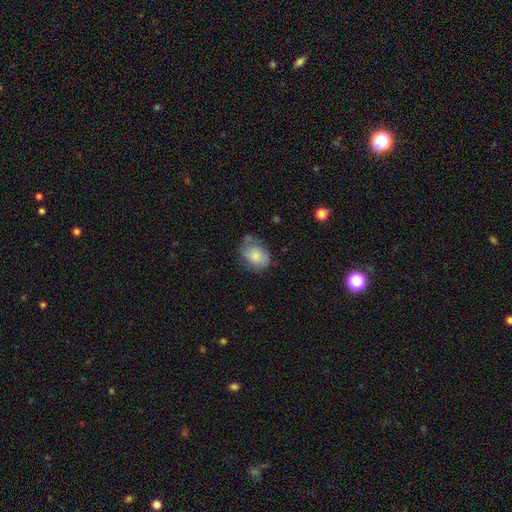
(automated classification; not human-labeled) smooth-or-featured: smooth: 74% | featured or disk: 18% | star or artifact: 7%
  how-rounded: in between: 70% | round: 29% | cigar-shaped: 1%
  merging: none: 46% | minor disturbance: 34% | major disturbance: 15% | merger: 6%